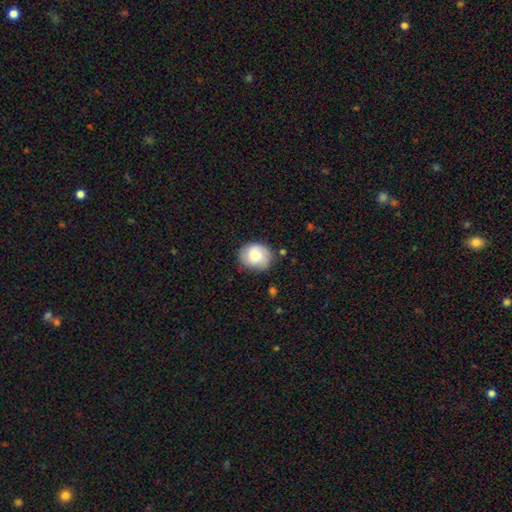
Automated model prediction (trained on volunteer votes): Smooth or featured?
  - smooth: 71% *
  - featured or disk: 21%
  - star or artifact: 7%
How rounded?
  - round: 70% *
  - in between: 29%
  - cigar-shaped: 1%
Merging?
  - none: 78% *
  - minor disturbance: 16%
  - major disturbance: 4%
  - merger: 2%